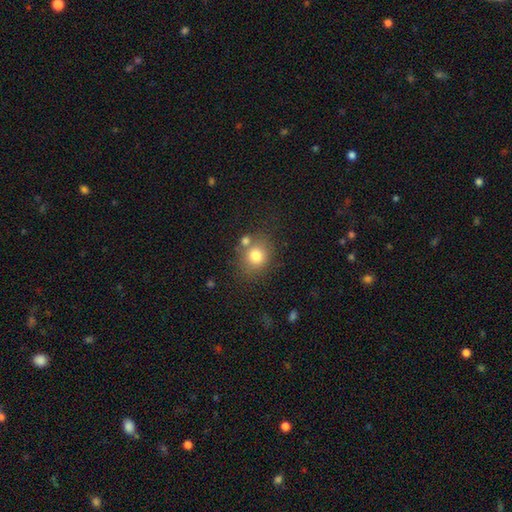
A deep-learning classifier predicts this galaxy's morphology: type=smooth (78%); roundness=round (75%); merging=none (67%).